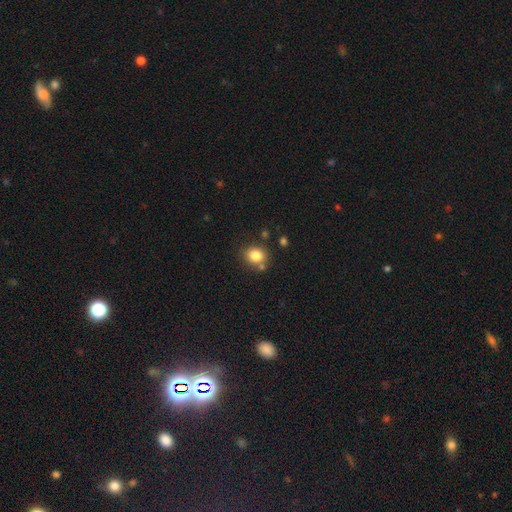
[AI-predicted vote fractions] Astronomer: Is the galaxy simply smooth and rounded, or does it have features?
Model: smooth — 82%.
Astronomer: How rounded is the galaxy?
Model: round — 71%.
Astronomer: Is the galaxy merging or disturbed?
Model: none — 73%.